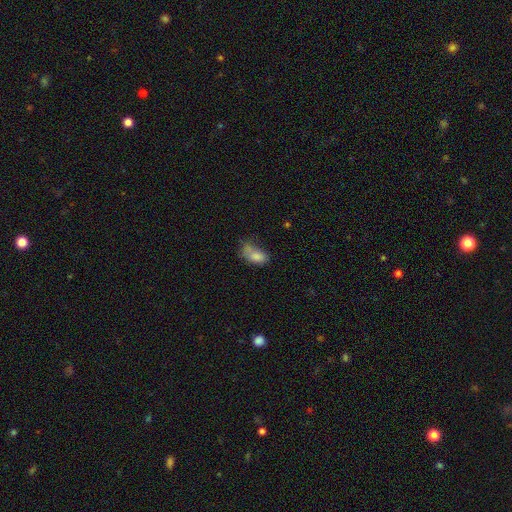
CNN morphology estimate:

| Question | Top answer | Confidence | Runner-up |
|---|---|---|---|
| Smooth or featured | smooth | 78% | featured or disk (13%) |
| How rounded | in between | 88% | round (8%) |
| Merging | none | 33% | minor disturbance (29%) |